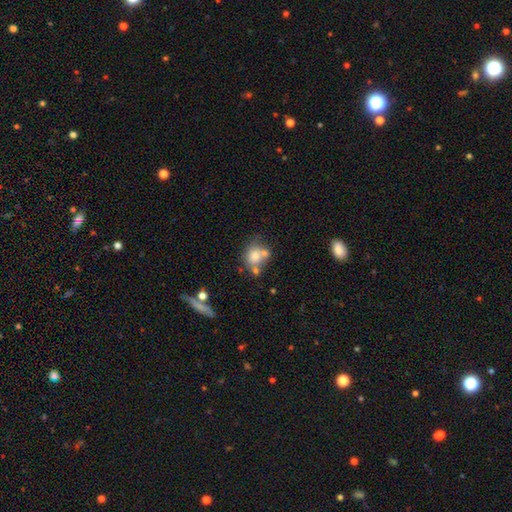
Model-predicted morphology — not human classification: The model was most divided on "merging": none: 44%, merger: 35%, minor disturbance: 14%, major disturbance: 7%. More confident: smooth or featured — smooth (72%); how rounded — round (71%).